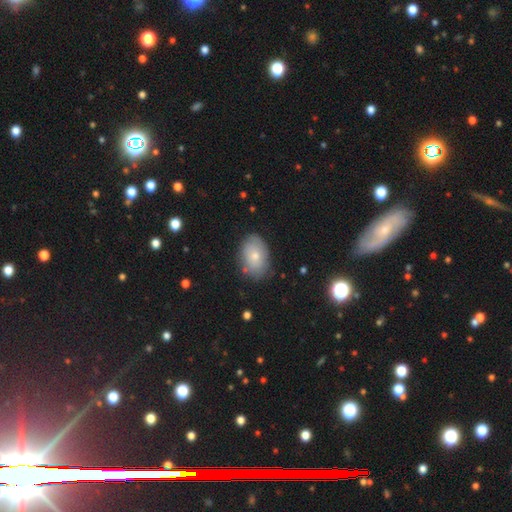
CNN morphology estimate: Q: Smooth or featured?
A: smooth (69%); runner-up: featured or disk (23%)
Q: How rounded?
A: in between (83%); runner-up: round (16%)
Q: Merging?
A: none (78%); runner-up: minor disturbance (16%)